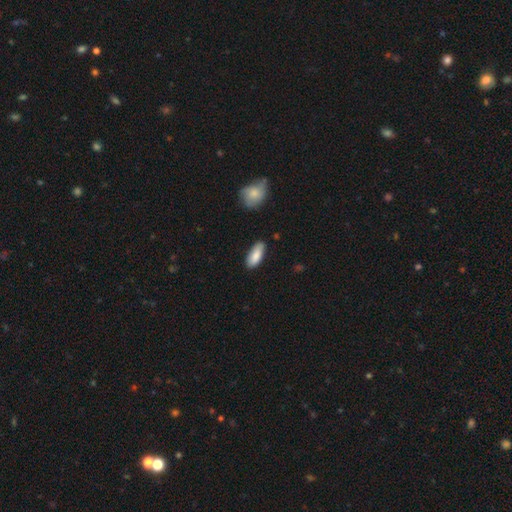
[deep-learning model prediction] A smooth galaxy with no disk features (86%) that is in between round and cigar-shaped (81%).

Vote fractions:
- Smooth or featured? smooth: 86% / featured or disk: 8% / star or artifact: 6%
- How rounded? in between: 81% / cigar-shaped: 17% / round: 2%
- Merging? none: 79% / minor disturbance: 16% / major disturbance: 3% / merger: 2%